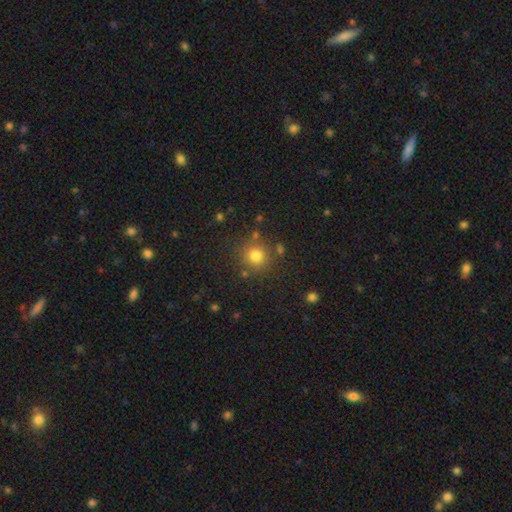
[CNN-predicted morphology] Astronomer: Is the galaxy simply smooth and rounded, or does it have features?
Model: smooth — 78%.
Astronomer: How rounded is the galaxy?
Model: round — 91%.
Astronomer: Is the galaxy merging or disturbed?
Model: none — 81%.